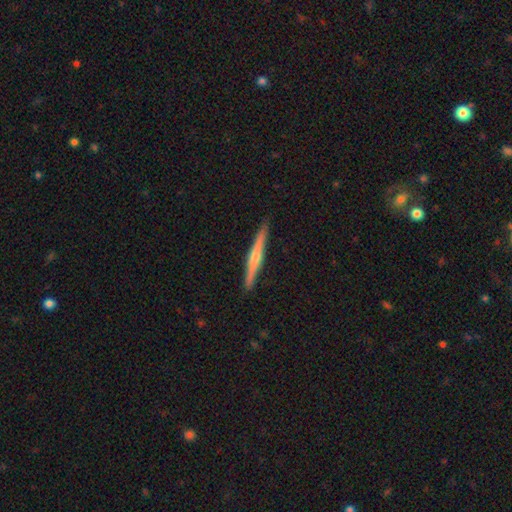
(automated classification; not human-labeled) Smooth or featured? Predicted: featured or disk (p=0.68). Edge-on disk? Predicted: yes (p=0.98). Edge-on bulge? Predicted: rounded (p=0.70). Merging? Predicted: none (p=0.92).